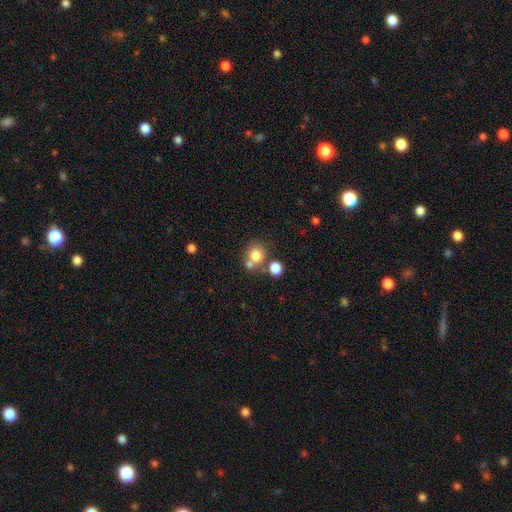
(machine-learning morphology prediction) This is likely a smooth galaxy (77%). How rounded: clearly round (85%). Merging: possibly none (54%).